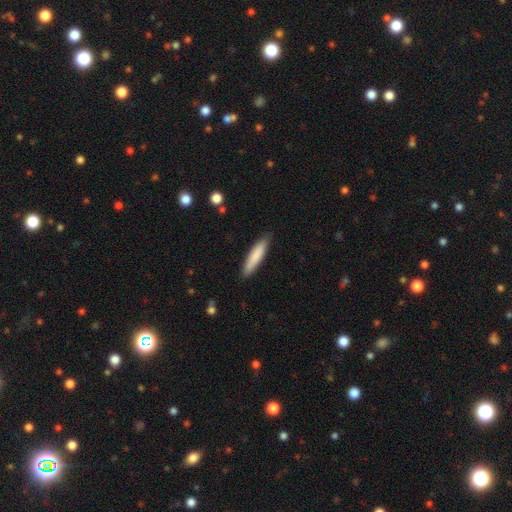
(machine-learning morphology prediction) smooth 83%, featured or disk 12%, star or artifact 5%. Down the decision tree: how rounded — cigar-shaped (81%); merging — none (86%).